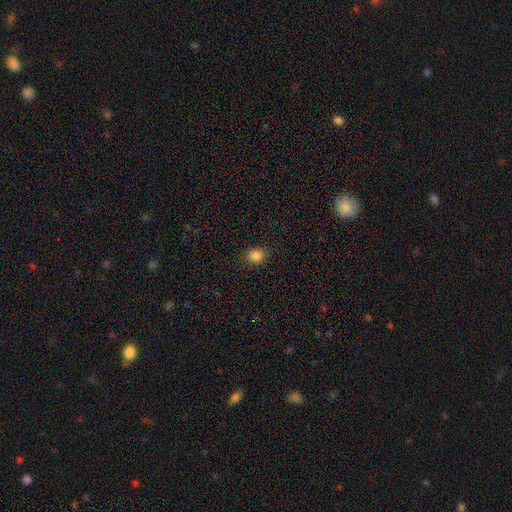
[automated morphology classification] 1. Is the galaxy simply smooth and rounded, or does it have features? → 85% smooth, 12% star or artifact, 3% featured or disk.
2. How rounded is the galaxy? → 73% round, 26% in between, 1% cigar-shaped.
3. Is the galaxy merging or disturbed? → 89% none, 8% minor disturbance, 2% major disturbance, 1% merger.